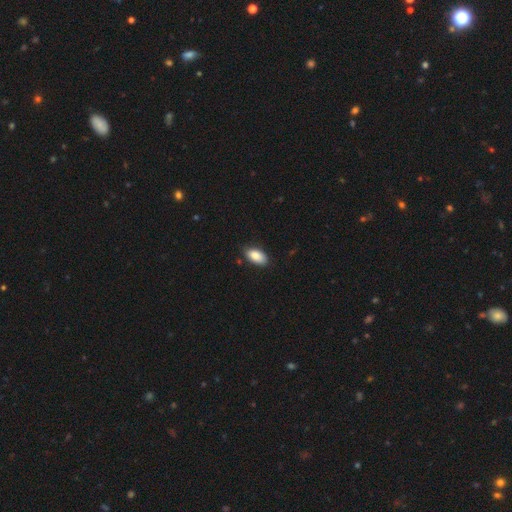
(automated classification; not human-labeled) Smooth or featured? Predicted: smooth (p=0.86). How rounded? Predicted: in between (p=0.94). Merging? Predicted: none (p=0.80).